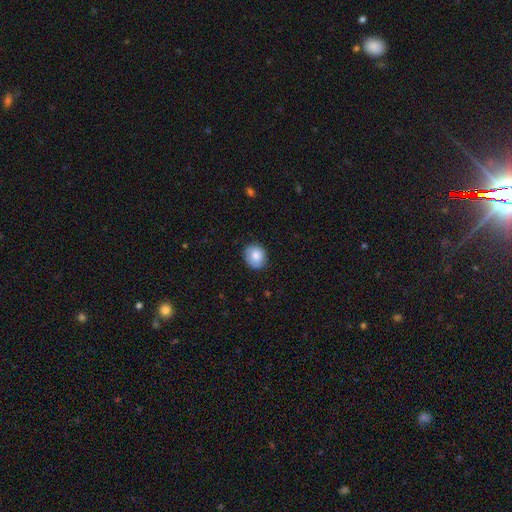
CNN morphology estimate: Q: Smooth or featured?
A: smooth (79%); runner-up: featured or disk (14%)
Q: How rounded?
A: round (72%); runner-up: in between (27%)
Q: Merging?
A: none (80%); runner-up: minor disturbance (16%)